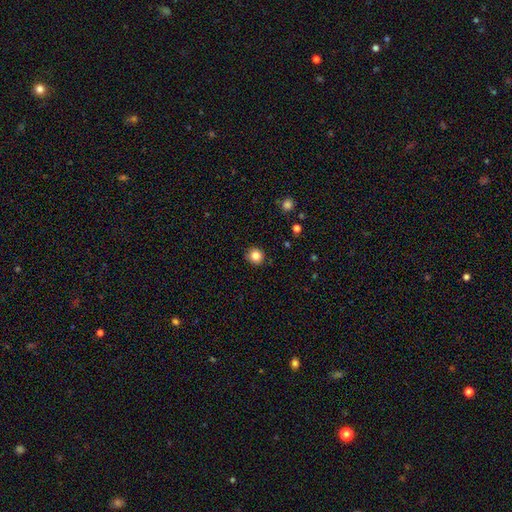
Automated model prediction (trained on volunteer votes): smooth-or-featured: smooth: 82% | star or artifact: 11% | featured or disk: 6%
  how-rounded: round: 90% | in between: 9% | cigar-shaped: 1%
  merging: none: 91% | minor disturbance: 7% | major disturbance: 2% | merger: 1%